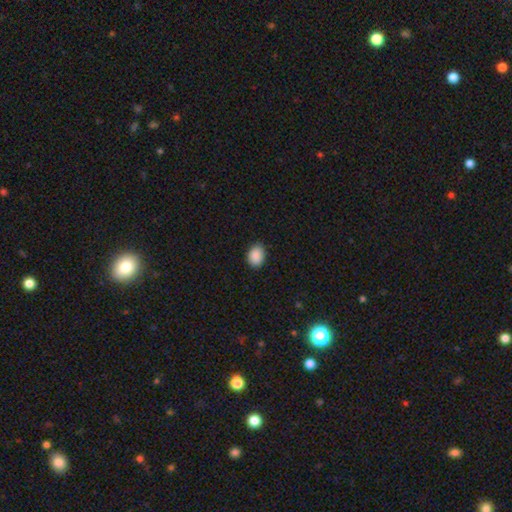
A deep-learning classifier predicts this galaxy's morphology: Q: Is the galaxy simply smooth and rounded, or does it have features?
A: smooth — 90%.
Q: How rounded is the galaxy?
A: in between — 69%.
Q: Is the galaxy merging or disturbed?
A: none — 87%.